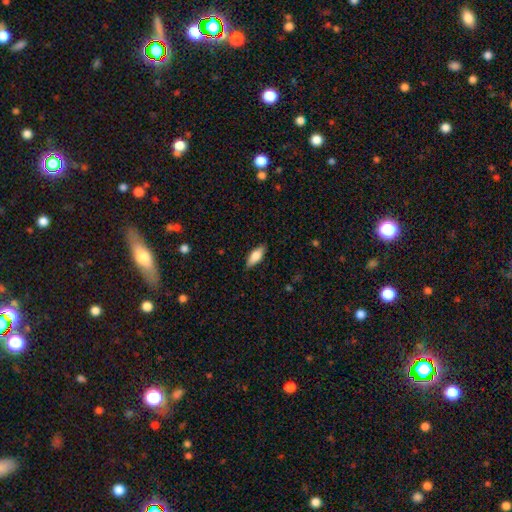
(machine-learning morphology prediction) Overall: smooth (77%). How rounded: in between (78%). Merging: none (85%).